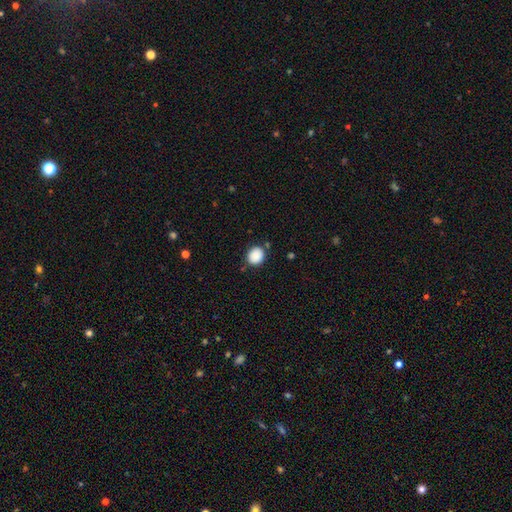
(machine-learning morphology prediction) smooth-or-featured: smooth: 88% | star or artifact: 8% | featured or disk: 3%
  how-rounded: round: 74% | in between: 25% | cigar-shaped: 1%
  merging: none: 82% | minor disturbance: 11% | merger: 3% | major disturbance: 3%